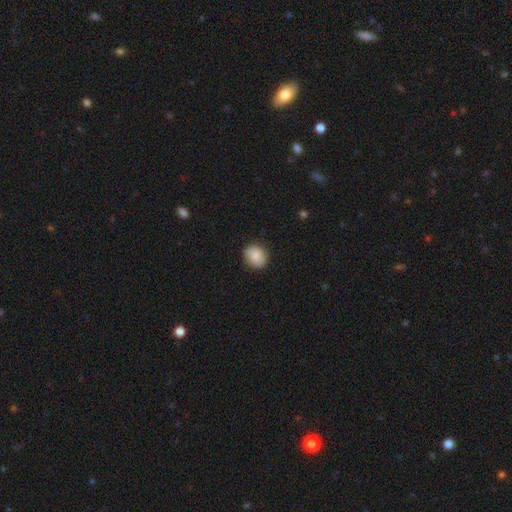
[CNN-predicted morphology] smooth-or-featured: smooth: 81% | featured or disk: 11% | star or artifact: 7%
  how-rounded: round: 69% | in between: 30% | cigar-shaped: 1%
  merging: none: 85% | minor disturbance: 11% | major disturbance: 2% | merger: 1%